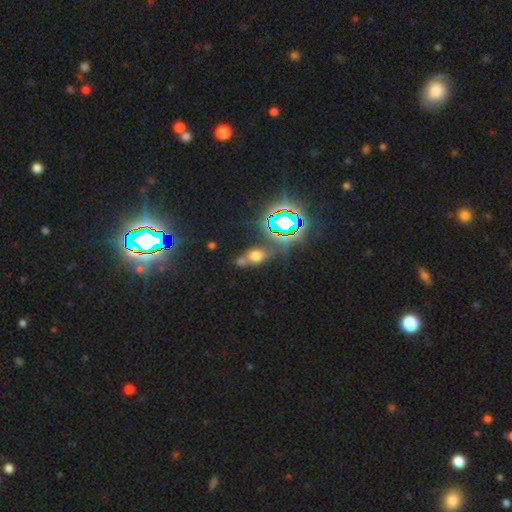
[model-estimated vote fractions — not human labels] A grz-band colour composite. It shows a smooth galaxy with no disk features (46%). Merging: none (53%).